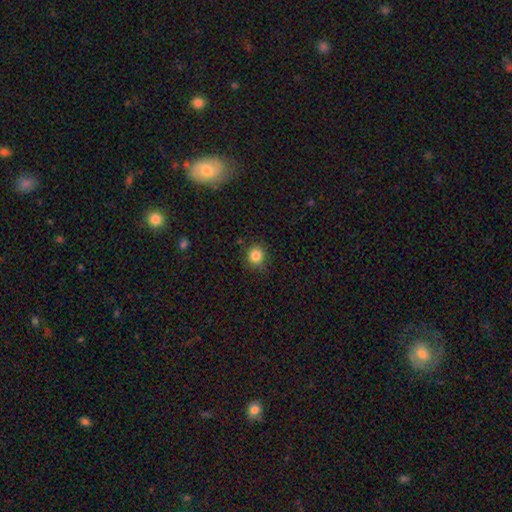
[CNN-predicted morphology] smooth_or_featured: smooth (p=0.84) [alt: star or artifact p=0.11]
how_rounded: round (p=0.89) [alt: in between p=0.10]
merging: none (p=0.87) [alt: minor disturbance p=0.09]